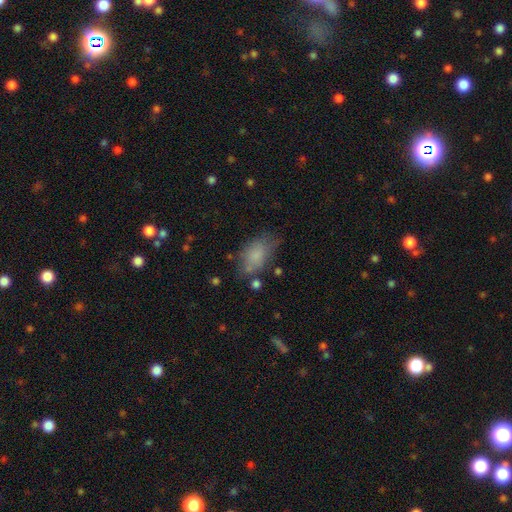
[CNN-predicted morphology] type=smooth (78%); roundness=in between (88%); merging=none (54%).